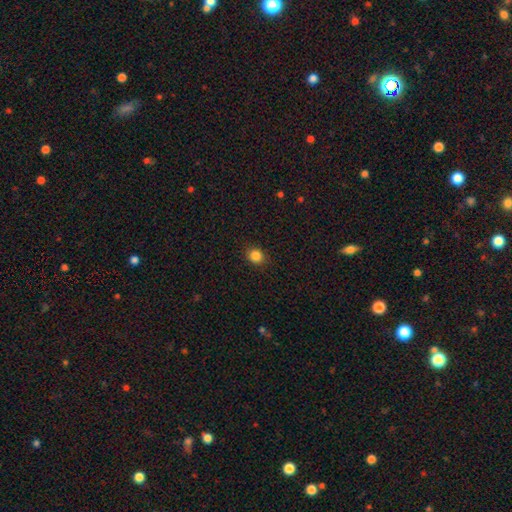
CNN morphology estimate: Smooth or featured? Predicted: smooth (p=0.85). How rounded? Predicted: round (p=0.80). Merging? Predicted: none (p=0.90).